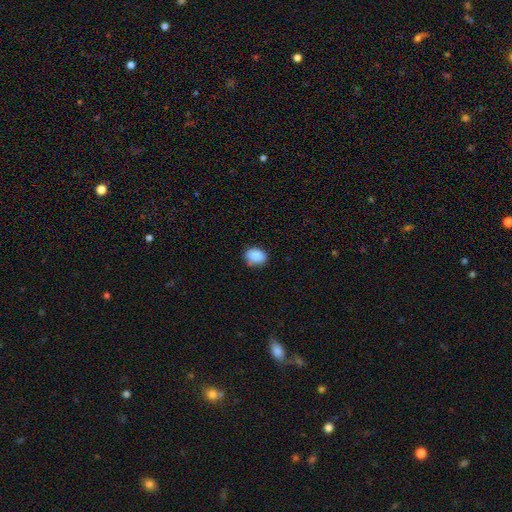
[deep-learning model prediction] This appears to be a smooth galaxy with no disk features (89%) that is in between round and cigar-shaped (65%). Merging: none (81%).